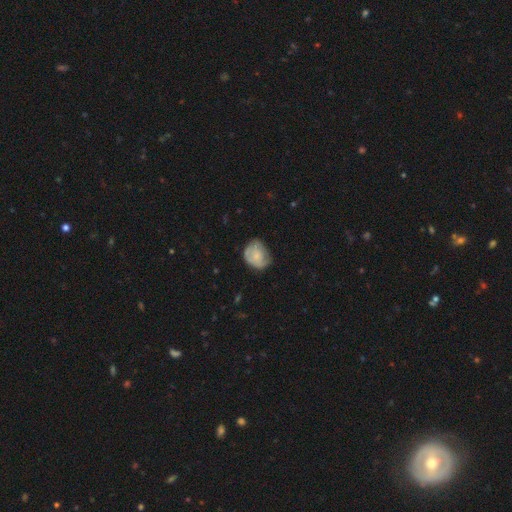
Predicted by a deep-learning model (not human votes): smooth-or-featured: smooth: 63% | featured or disk: 30% | star or artifact: 7%
  how-rounded: round: 60% | in between: 39% | cigar-shaped: 1%
  merging: none: 51% | minor disturbance: 34% | major disturbance: 13% | merger: 2%